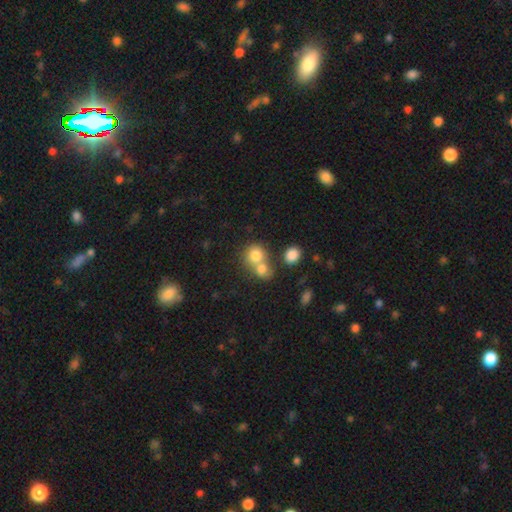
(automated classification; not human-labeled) smooth_or_featured: smooth (p=0.77) [alt: featured or disk p=0.12]
how_rounded: round (p=0.80) [alt: in between p=0.19]
merging: merger (p=0.59) [alt: none p=0.32]